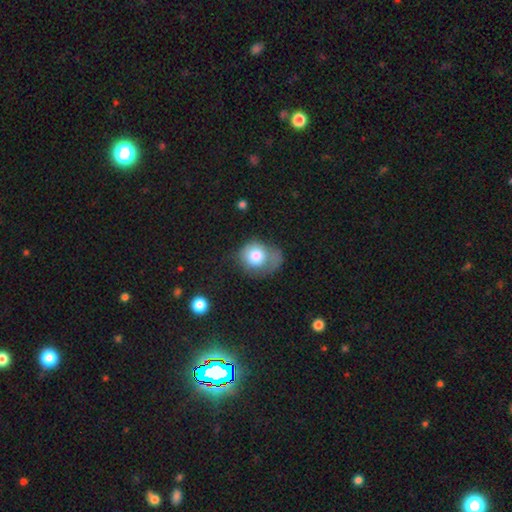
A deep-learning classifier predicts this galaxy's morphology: smooth-or-featured: smooth: 75% | featured or disk: 17% | star or artifact: 8%
  how-rounded: round: 69% | in between: 30% | cigar-shaped: 1%
  merging: major disturbance: 38% | minor disturbance: 29% | none: 27% | merger: 6%